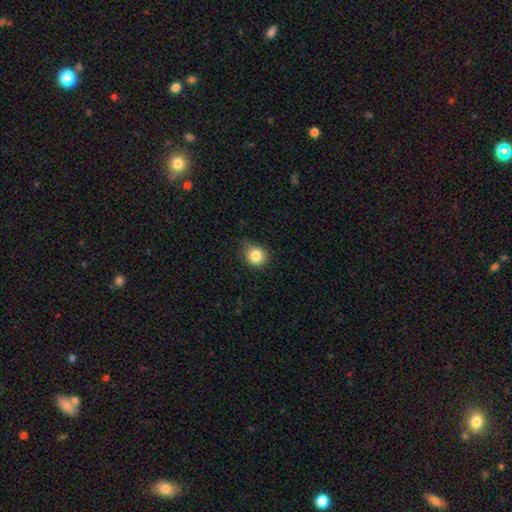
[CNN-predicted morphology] A smooth galaxy with no disk features (84%) that is round (86%). Merging: none (72%).